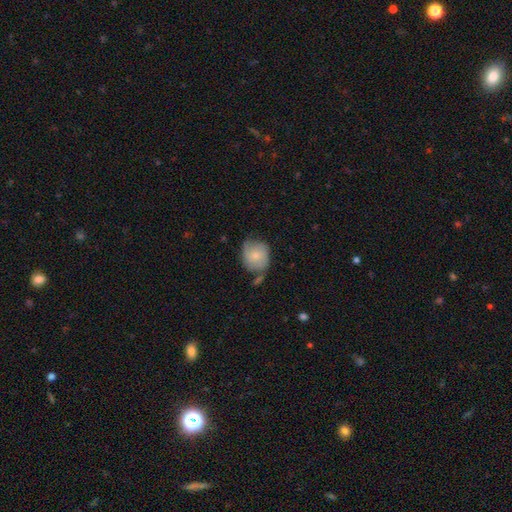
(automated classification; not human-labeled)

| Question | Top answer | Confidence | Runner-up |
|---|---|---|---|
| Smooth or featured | smooth | 58% | featured or disk (35%) |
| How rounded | round | 68% | in between (30%) |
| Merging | none | 47% | minor disturbance (33%) |